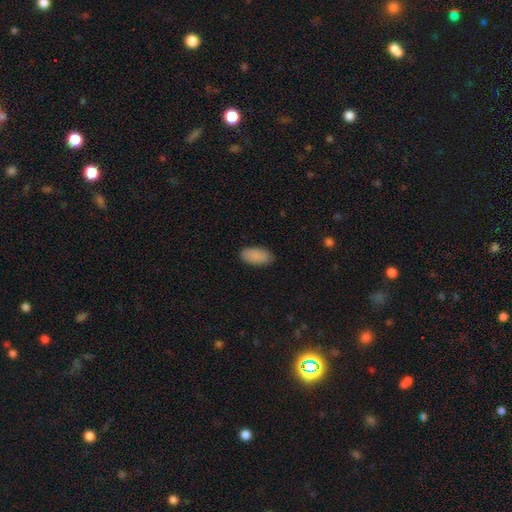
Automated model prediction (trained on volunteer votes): Overall: smooth (90%). How rounded: in between (93%). Merging: none (88%).